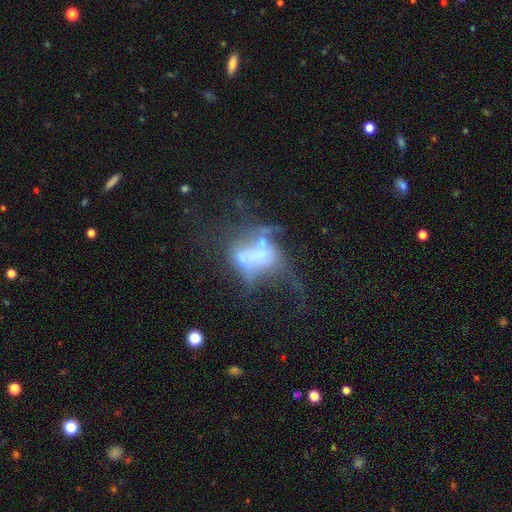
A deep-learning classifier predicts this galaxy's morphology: This is possibly a featured or disk galaxy (57%). It is clearly not viewed edge-on (94%). Bar: clearly no (80%). Spiral arm pattern: clearly no (89%). Central bulge: marginally none (42%). Merging: marginally merger (39%).